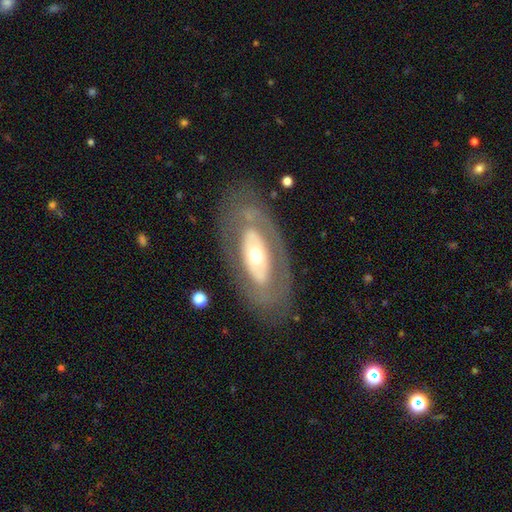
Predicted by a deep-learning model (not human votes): This appears to be a featured or disk galaxy (66%) with no bar (78%), no spiral arms (79%) and a moderate central bulge (61%). Merging: none (76%).